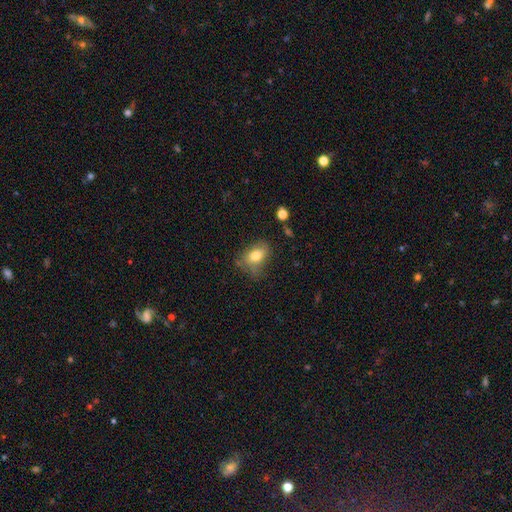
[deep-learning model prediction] Overall: smooth (77%). How rounded: in between (80%). Merging: none (59%; minor disturbance 28%).